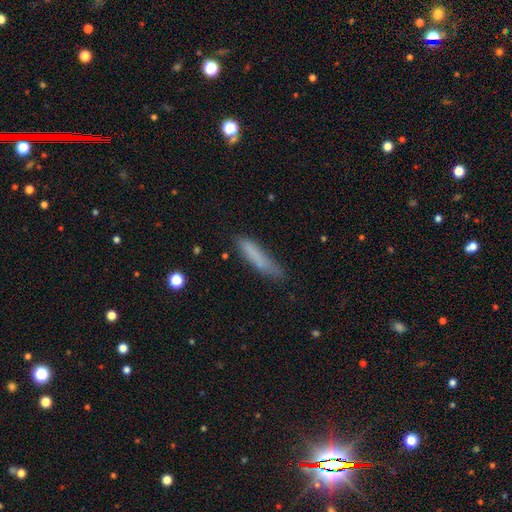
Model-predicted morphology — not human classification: Smooth or featured? Predicted: smooth (p=0.76). How rounded? Predicted: cigar-shaped (p=0.84). Merging? Predicted: none (p=0.62).